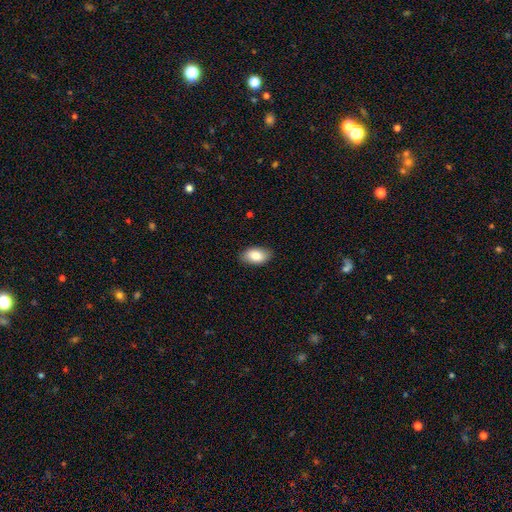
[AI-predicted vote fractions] The model was most divided on "smooth or featured": smooth: 83%, featured or disk: 11%, star or artifact: 7%. More confident: how rounded — in between (93%); merging — none (87%).